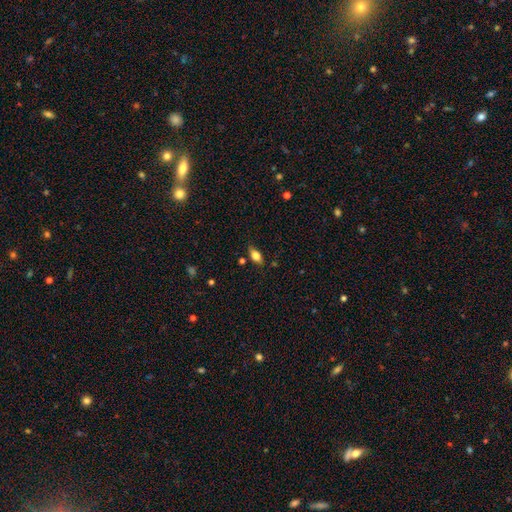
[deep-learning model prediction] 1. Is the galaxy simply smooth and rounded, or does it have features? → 74% smooth, 18% featured or disk, 9% star or artifact.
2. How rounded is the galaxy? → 85% in between, 9% cigar-shaped, 5% round.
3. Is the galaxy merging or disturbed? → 79% none, 15% minor disturbance, 3% major disturbance, 2% merger.